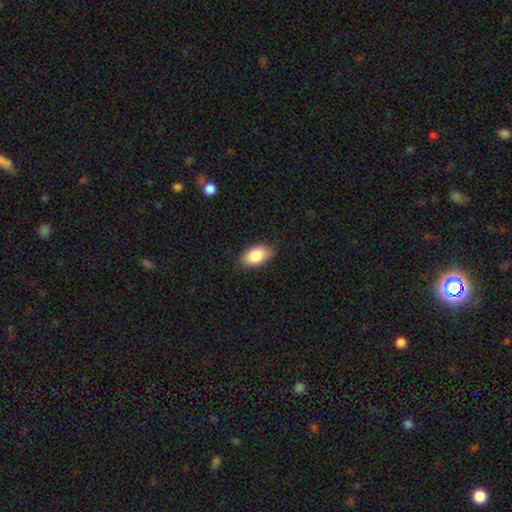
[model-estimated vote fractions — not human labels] The model was most divided on "merging": none: 82%, minor disturbance: 14%, major disturbance: 2%, merger: 1%. More confident: how rounded — in between (91%); smooth or featured — smooth (83%).